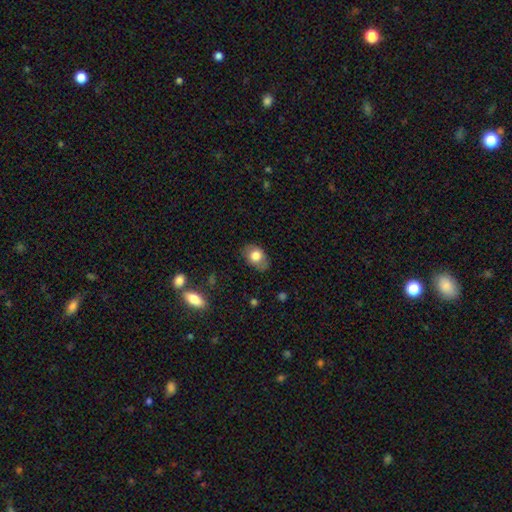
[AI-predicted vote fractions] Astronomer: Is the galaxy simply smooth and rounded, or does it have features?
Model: smooth — 76%.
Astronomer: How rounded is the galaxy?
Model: in between — 79%.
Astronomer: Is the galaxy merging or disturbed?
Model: none — 76%.